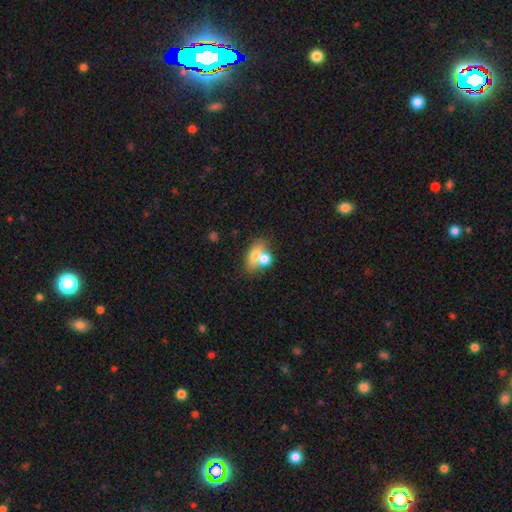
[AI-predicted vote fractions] smooth_or_featured: smooth (p=0.69) [alt: featured or disk p=0.22]
how_rounded: in between (p=0.72) [alt: round p=0.25]
merging: merger (p=0.56) [alt: none p=0.29]